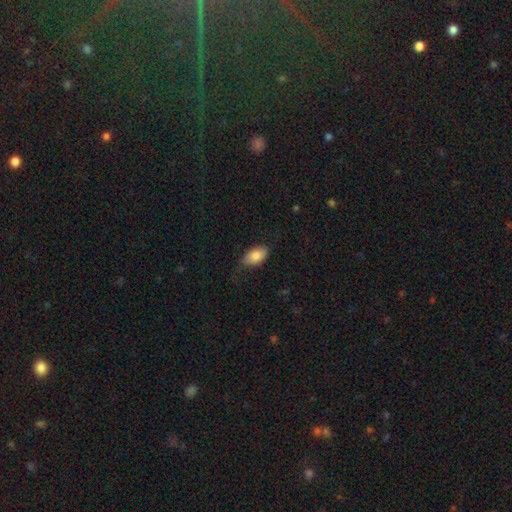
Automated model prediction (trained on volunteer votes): smooth 84%, featured or disk 10%, star or artifact 7%. Down the decision tree: how rounded — in between (93%); merging — none (71%).